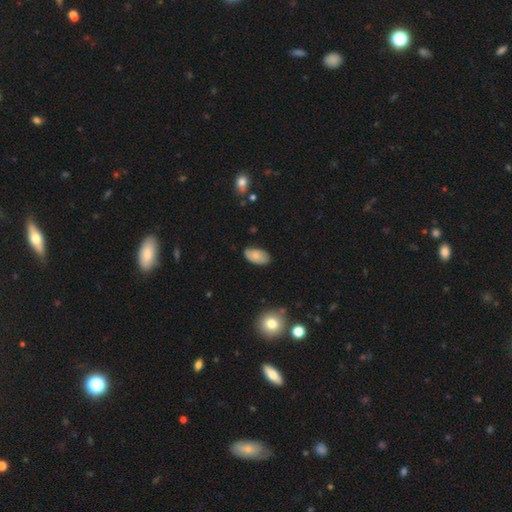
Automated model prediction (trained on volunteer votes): This appears to be a smooth galaxy with no disk features (79%) that is in between round and cigar-shaped (95%). Merging: none (76%).